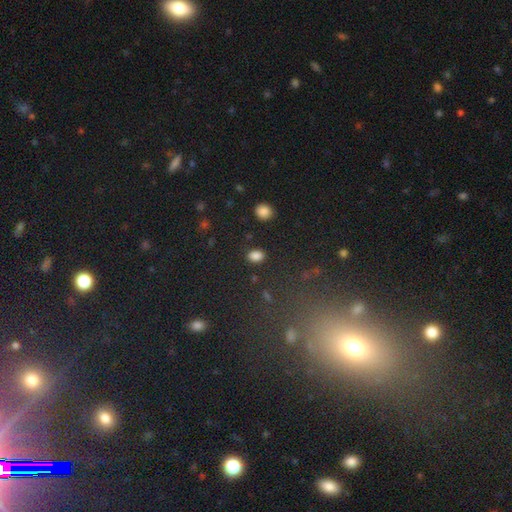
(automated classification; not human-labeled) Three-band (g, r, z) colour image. It shows a smooth galaxy with no disk features (84%) that is in between round and cigar-shaped (75%). Merging: none (85%).